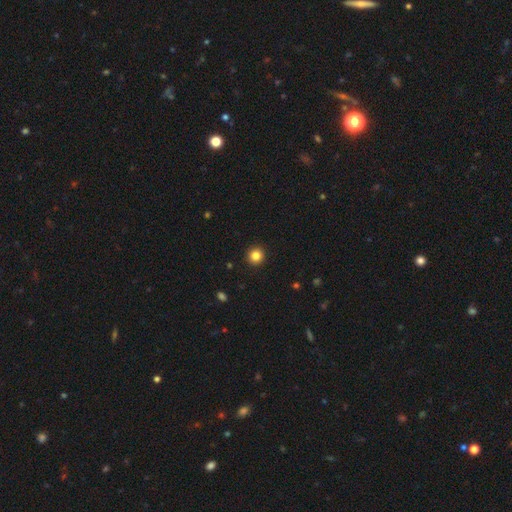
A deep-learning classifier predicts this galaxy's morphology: The model was most divided on "smooth or featured": smooth: 84%, star or artifact: 11%, featured or disk: 5%. More confident: how rounded — round (95%); merging — none (93%).